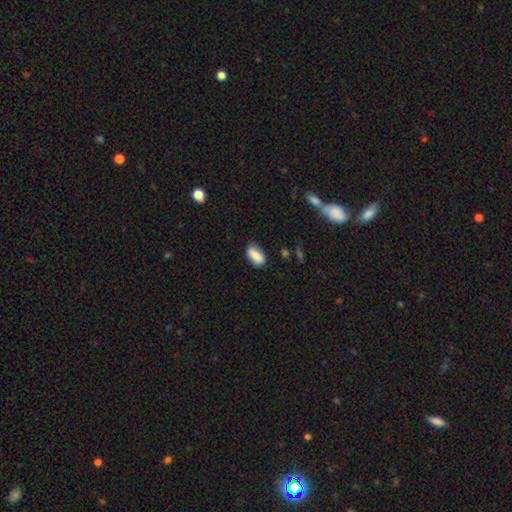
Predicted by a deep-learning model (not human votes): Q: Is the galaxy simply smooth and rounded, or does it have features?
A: smooth — 84%.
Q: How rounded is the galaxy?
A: in between — 85%.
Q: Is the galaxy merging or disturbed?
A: none — 81%.